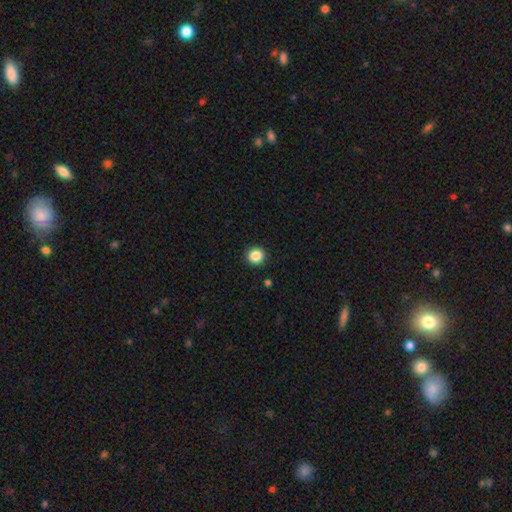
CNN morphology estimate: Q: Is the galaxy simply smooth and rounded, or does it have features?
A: smooth — 86%.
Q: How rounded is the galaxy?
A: round — 95%.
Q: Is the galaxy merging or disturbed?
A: none — 93%.